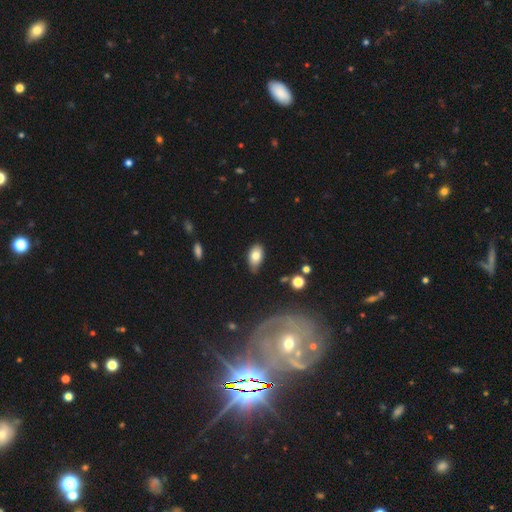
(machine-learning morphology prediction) Smooth or featured? Predicted: smooth (p=0.79). How rounded? Predicted: in between (p=0.92). Merging? Predicted: none (p=0.71).